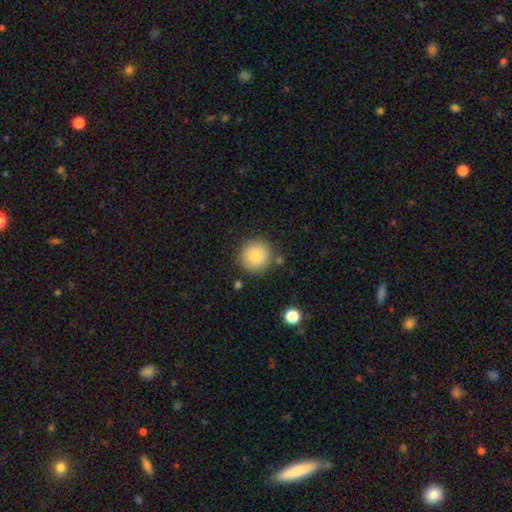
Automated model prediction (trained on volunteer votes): Smooth or featured? smooth (82%)
How rounded? round (94%)
Merging? none (84%)